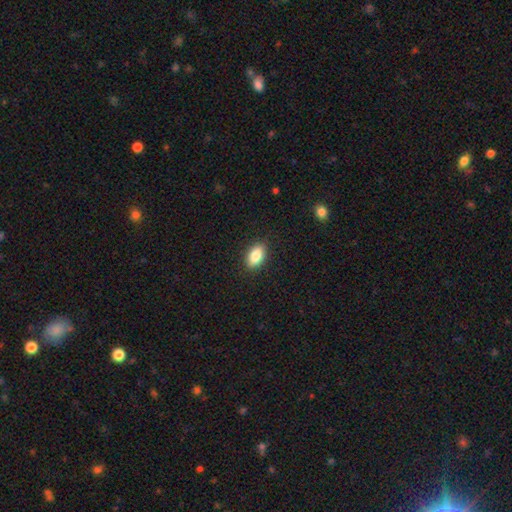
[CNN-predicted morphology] smooth 86%, star or artifact 8%, featured or disk 7%. Down the decision tree: how rounded — in between (90%); merging — none (88%).